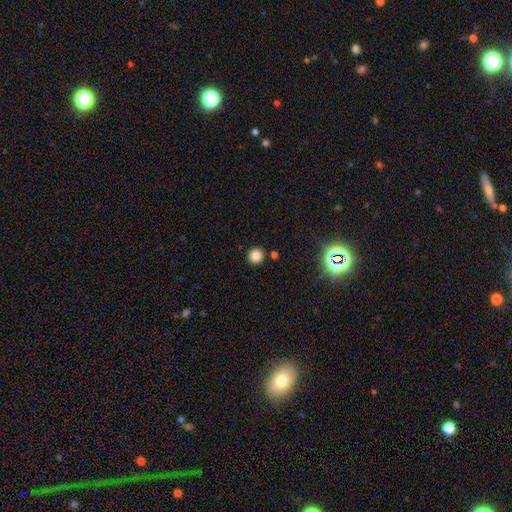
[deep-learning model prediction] Smooth or featured?
  - smooth: 81% *
  - star or artifact: 13%
  - featured or disk: 6%
How rounded?
  - round: 90% *
  - in between: 9%
  - cigar-shaped: 1%
Merging?
  - none: 88% *
  - minor disturbance: 6%
  - merger: 4%
  - major disturbance: 2%